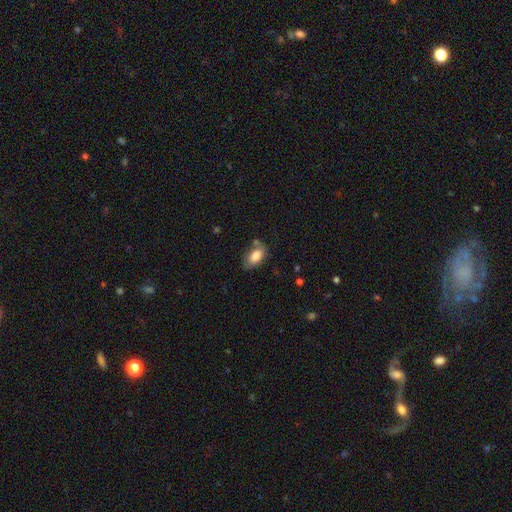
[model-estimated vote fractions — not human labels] smooth-or-featured: smooth: 82% | featured or disk: 11% | star or artifact: 7%
  how-rounded: in between: 92% | round: 5% | cigar-shaped: 3%
  merging: none: 60% | minor disturbance: 25% | merger: 8% | major disturbance: 7%